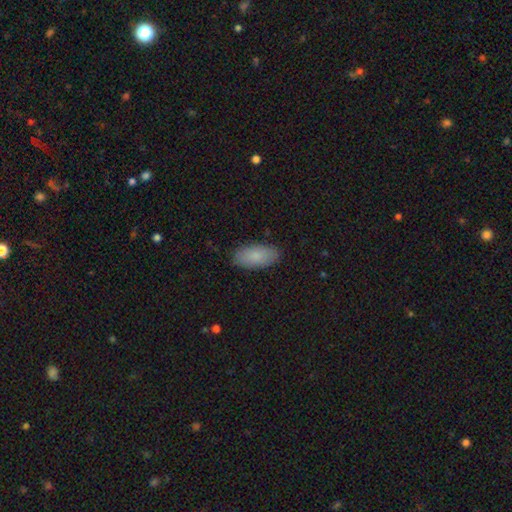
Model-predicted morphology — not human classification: A smooth galaxy with no disk features (86%) that is in between round and cigar-shaped (91%).

Vote fractions:
- Smooth or featured? smooth: 86% / featured or disk: 8% / star or artifact: 6%
- How rounded? in between: 91% / cigar-shaped: 8% / round: 2%
- Merging? none: 88% / minor disturbance: 9% / major disturbance: 2% / merger: 1%